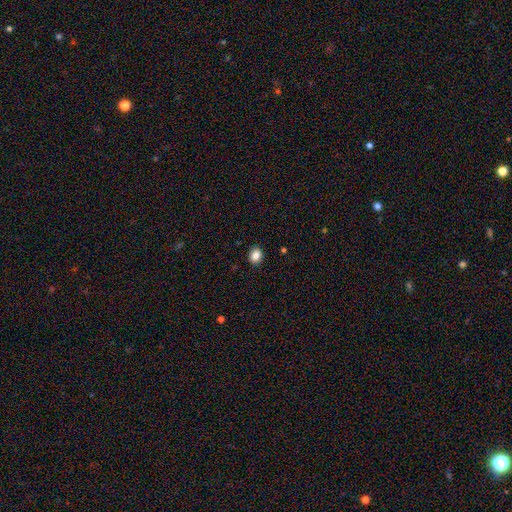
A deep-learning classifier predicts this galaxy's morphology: This is clearly a smooth galaxy (86%). How rounded: possibly in between (54%). Merging: clearly none (90%).